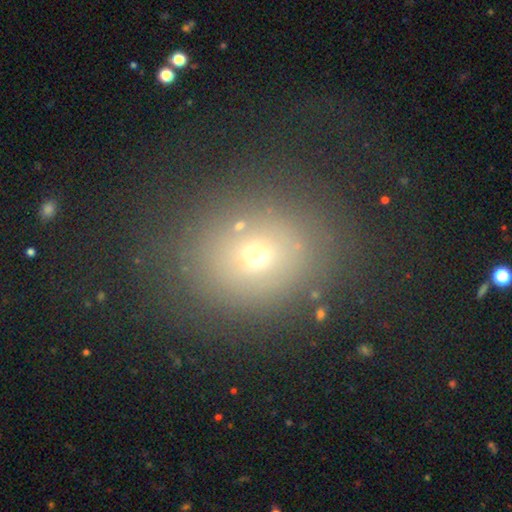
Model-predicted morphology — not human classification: smooth_or_featured: smooth (p=0.62) [alt: star or artifact p=0.21]
how_rounded: round (p=0.65) [alt: in between p=0.34]
merging: none (p=0.75) [alt: minor disturbance p=0.13]